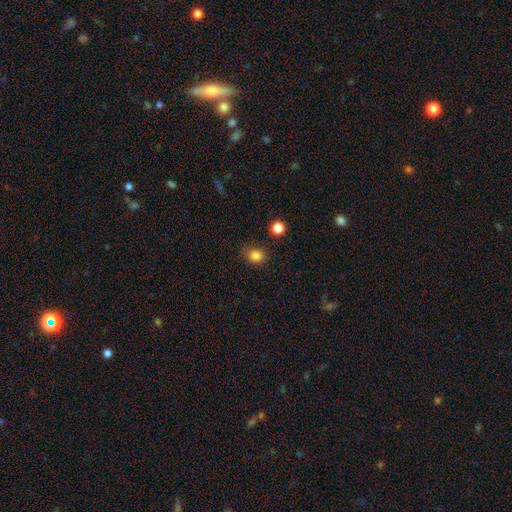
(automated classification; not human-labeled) Morphology: type=smooth (83%); roundness=round (68%); merging=none (80%).